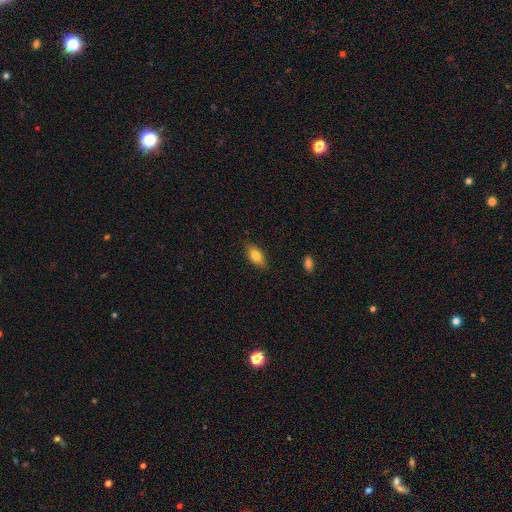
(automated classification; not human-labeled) A smooth galaxy with no disk features (78%) that is in between round and cigar-shaped (86%). Merging: none (84%).